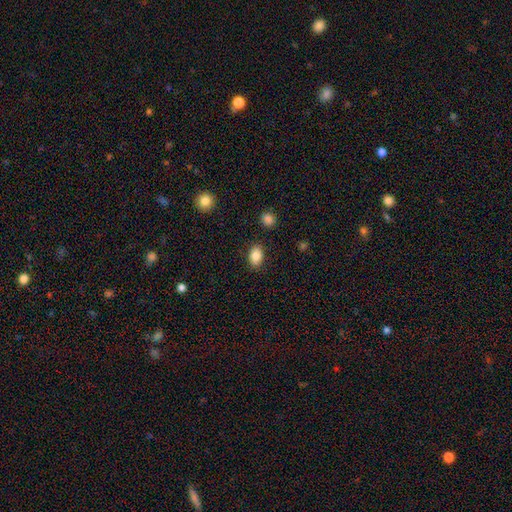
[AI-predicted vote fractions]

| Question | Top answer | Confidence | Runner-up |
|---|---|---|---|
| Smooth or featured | smooth | 85% | star or artifact (8%) |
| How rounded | in between | 87% | round (12%) |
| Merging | none | 87% | minor disturbance (9%) |